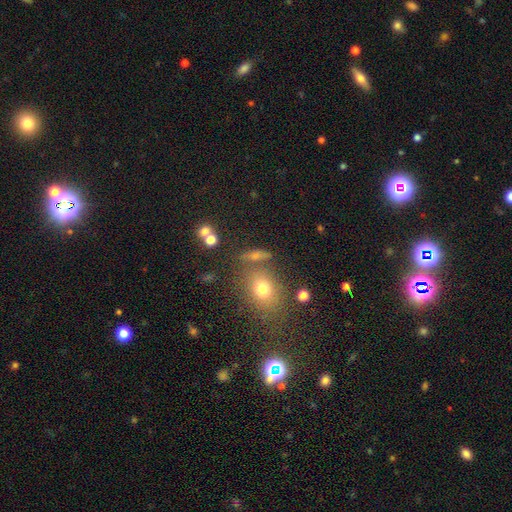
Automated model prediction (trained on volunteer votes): The model was most divided on "how rounded": in between: 47%, round: 27%, cigar-shaped: 26%. More confident: merging — none (67%); smooth or featured — smooth (55%).